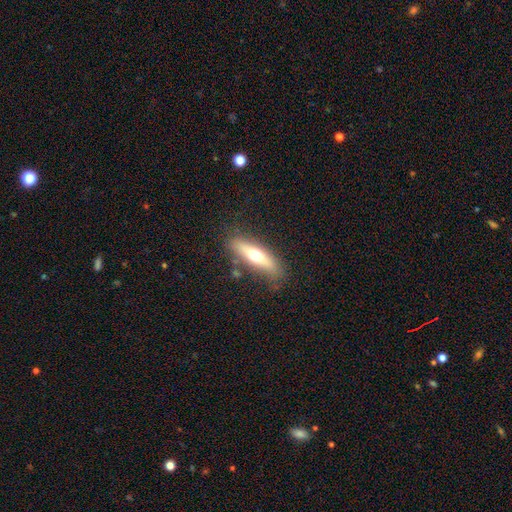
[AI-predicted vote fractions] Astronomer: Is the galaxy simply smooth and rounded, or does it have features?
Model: featured or disk — 49% (runner-up: smooth, 43%).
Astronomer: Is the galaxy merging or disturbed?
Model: none — 78%.